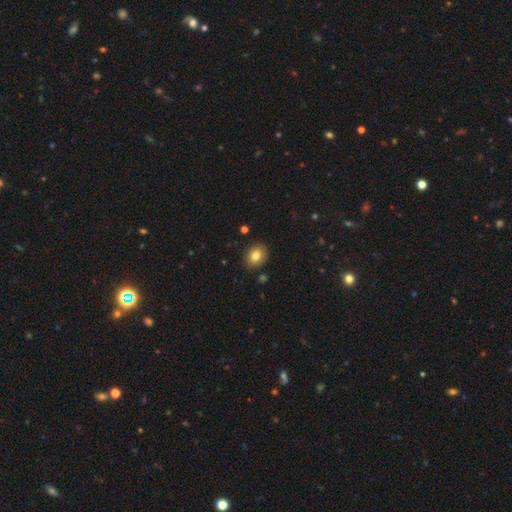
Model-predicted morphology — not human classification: smooth 81%, featured or disk 10%, star or artifact 9%. Down the decision tree: how rounded — in between (53%); merging — none (87%).